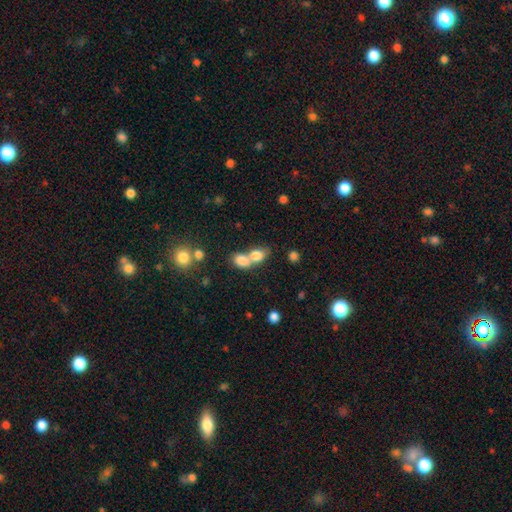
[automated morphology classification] Smooth or featured? smooth (78%)
How rounded? in between (64%)
Merging? merger (67%)